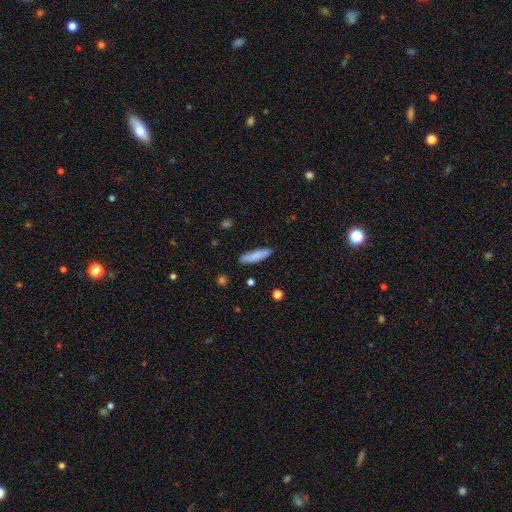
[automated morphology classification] Smooth or featured?
  - smooth: 82% *
  - featured or disk: 12%
  - star or artifact: 6%
How rounded?
  - cigar-shaped: 70% *
  - in between: 29%
  - round: 2%
Merging?
  - none: 85% *
  - minor disturbance: 12%
  - major disturbance: 2%
  - merger: 2%